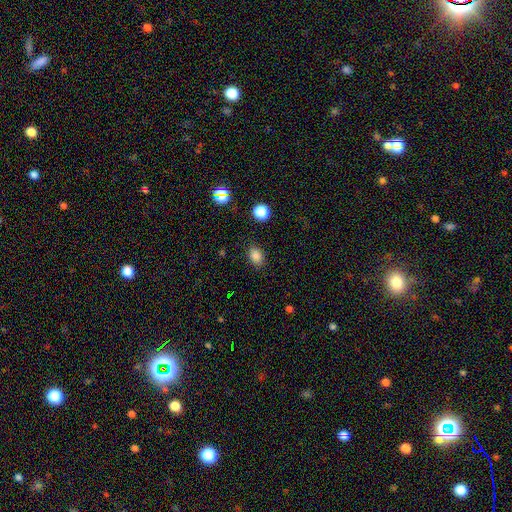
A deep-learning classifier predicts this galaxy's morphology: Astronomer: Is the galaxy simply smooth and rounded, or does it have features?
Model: smooth — 83%.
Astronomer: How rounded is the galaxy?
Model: in between — 73%.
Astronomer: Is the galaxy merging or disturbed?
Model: none — 85%.